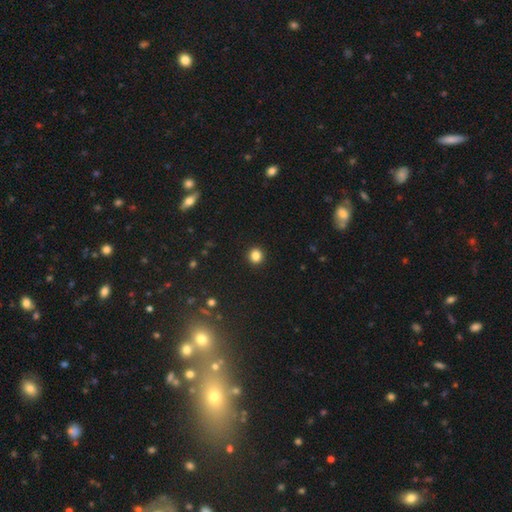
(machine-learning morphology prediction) The model was most divided on "smooth or featured": smooth: 85%, star or artifact: 11%, featured or disk: 4%. More confident: merging — none (93%); how rounded — round (89%).